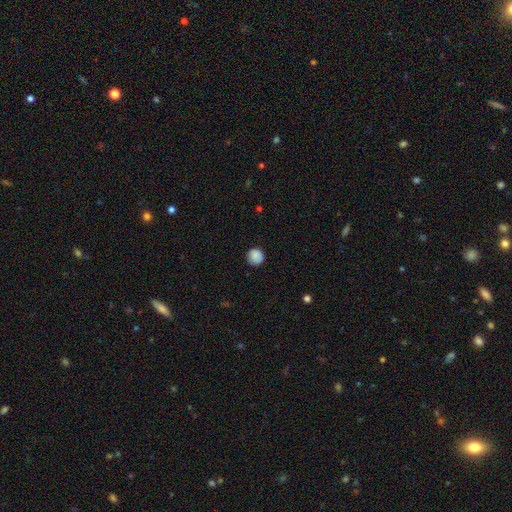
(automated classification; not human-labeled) Smooth or featured: smooth — 88% (star or artifact — 9%)
How rounded: round — 92% (in between — 7%)
Merging: none — 85% (minor disturbance — 11%)